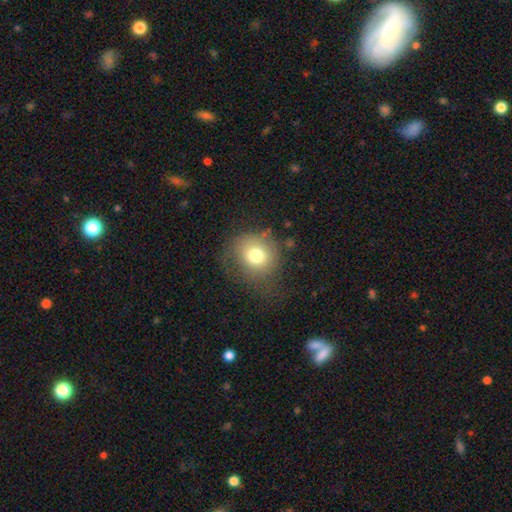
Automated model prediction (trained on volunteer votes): Smooth or featured: smooth — 75% (featured or disk — 13%)
How rounded: round — 82% (in between — 17%)
Merging: none — 62% (minor disturbance — 21%)